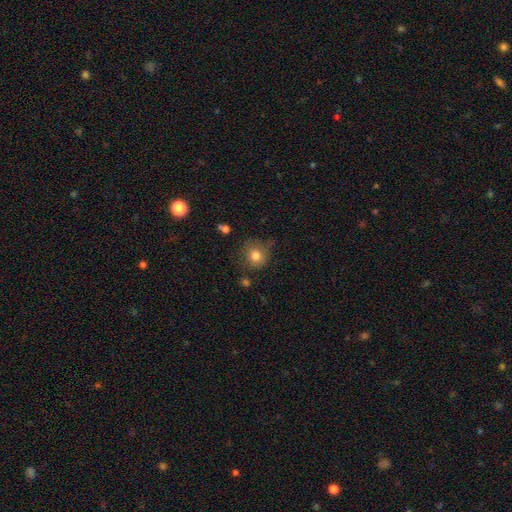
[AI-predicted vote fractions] smooth-or-featured: smooth: 80% | star or artifact: 11% | featured or disk: 9%
  how-rounded: round: 84% | in between: 15% | cigar-shaped: 1%
  merging: none: 66% | minor disturbance: 23% | major disturbance: 7% | merger: 3%